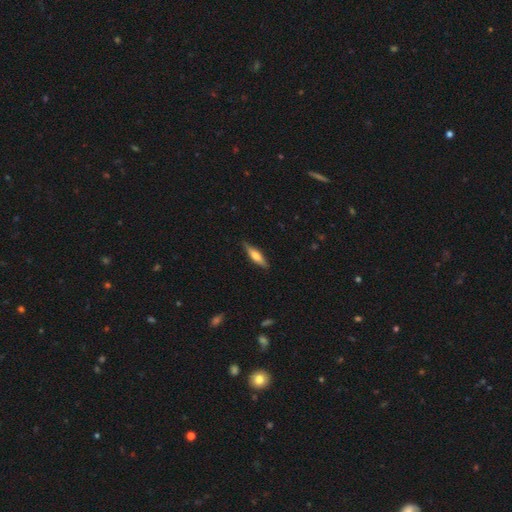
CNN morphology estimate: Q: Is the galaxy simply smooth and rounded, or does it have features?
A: smooth — 49%.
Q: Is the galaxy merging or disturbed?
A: none — 86%.